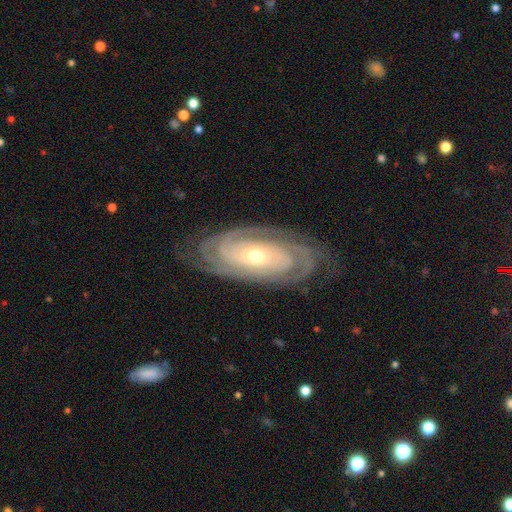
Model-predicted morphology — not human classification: smooth-or-featured: featured or disk: 90% | smooth: 6% | star or artifact: 5%
  disk-edge-on: no: 93% | yes: 7%
    bar: no: 72% | weak: 17% | strong: 11%
    has-spiral-arms: yes: 97% | no: 3%
      spiral-winding: tight: 83% | medium: 14% | loose: 3%
      spiral-arm-count: 2: 28% | can't tell: 25% | 3: 20% | 4: 14% | more than 4: 8% | 1: 6%
    bulge-size: small: 56% | moderate: 41% | large: 2% | dominant: 1% | none: 1%
  merging: none: 81% | minor disturbance: 14% | major disturbance: 4% | merger: 1%